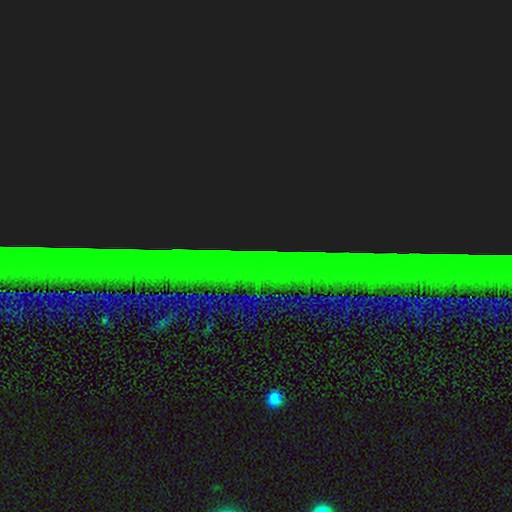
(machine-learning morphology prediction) This is clearly a star or artifact rather than a galaxy (86%).